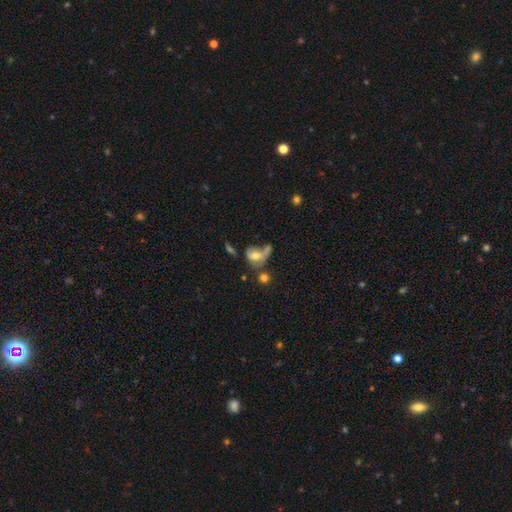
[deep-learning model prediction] smooth 57%, featured or disk 31%, star or artifact 12%. Down the decision tree: how rounded — in between (63%); merging — merger (31%).